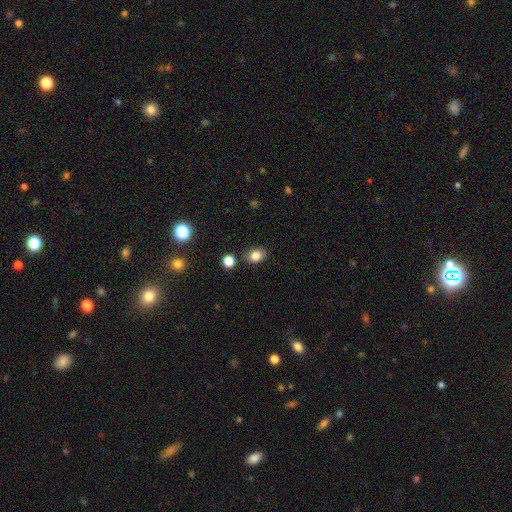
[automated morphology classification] The model was most divided on "how rounded": in between: 60%, round: 39%, cigar-shaped: 1%. More confident: smooth or featured — smooth (82%); merging — none (81%).